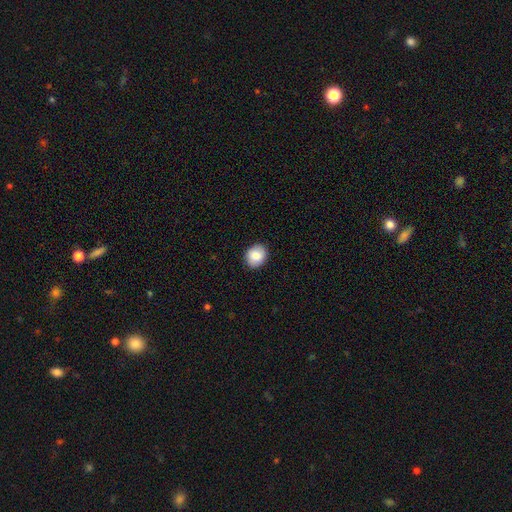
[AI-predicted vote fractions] Smooth or featured?
  - smooth: 85% *
  - featured or disk: 8%
  - star or artifact: 8%
How rounded?
  - round: 60% *
  - in between: 39%
  - cigar-shaped: 1%
Merging?
  - none: 90% *
  - minor disturbance: 7%
  - major disturbance: 2%
  - merger: 1%